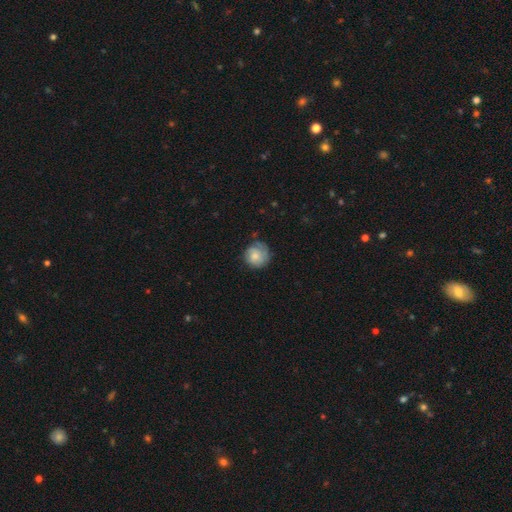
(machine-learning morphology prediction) smooth 63%, featured or disk 29%, star or artifact 7%. Down the decision tree: how rounded — round (87%); merging — none (63%).